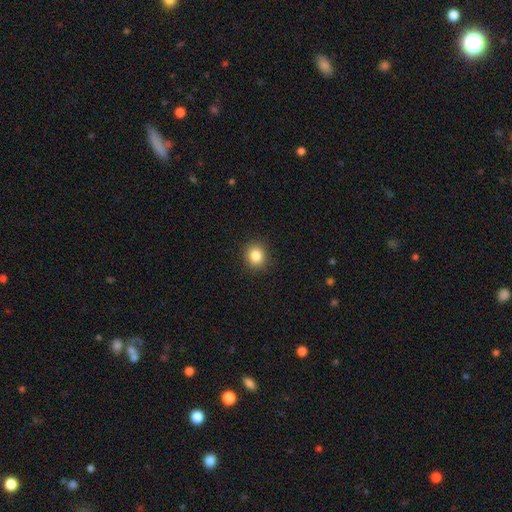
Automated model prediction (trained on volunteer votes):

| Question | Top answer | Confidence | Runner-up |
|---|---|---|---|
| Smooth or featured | smooth | 85% | star or artifact (10%) |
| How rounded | round | 81% | in between (19%) |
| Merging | none | 91% | minor disturbance (6%) |